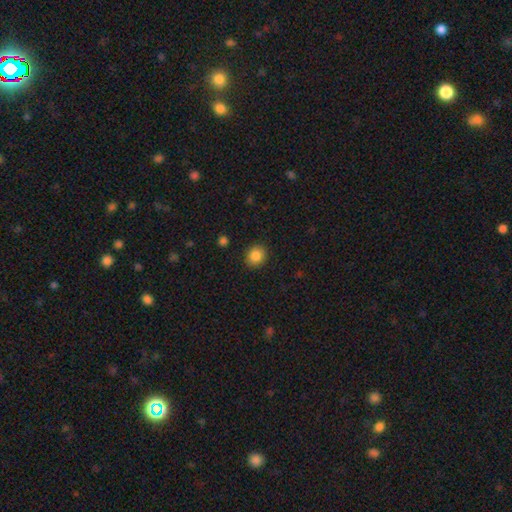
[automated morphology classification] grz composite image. It shows a smooth galaxy with no disk features (85%) that is round (80%). Merging: none (90%).